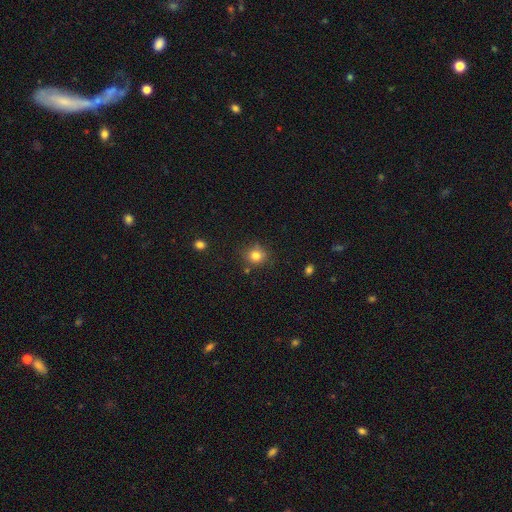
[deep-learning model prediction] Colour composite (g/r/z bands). It shows a smooth galaxy with no disk features (80%) that is round (85%). Merging: none (78%).